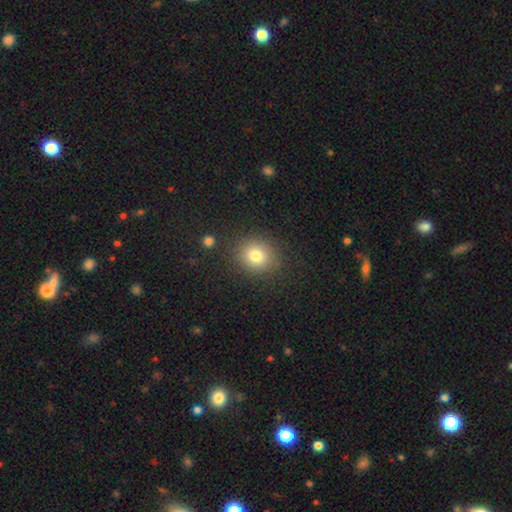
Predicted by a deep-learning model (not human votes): Smooth or featured: smooth — 78% (star or artifact — 13%)
How rounded: round — 77% (in between — 22%)
Merging: none — 86% (minor disturbance — 9%)